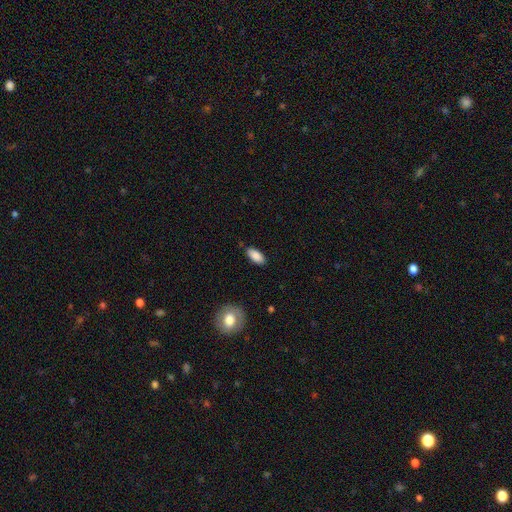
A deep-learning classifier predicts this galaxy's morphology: smooth-or-featured: smooth: 88% | star or artifact: 7% | featured or disk: 6%
  how-rounded: in between: 89% | cigar-shaped: 9% | round: 2%
  merging: none: 84% | minor disturbance: 12% | major disturbance: 2% | merger: 1%